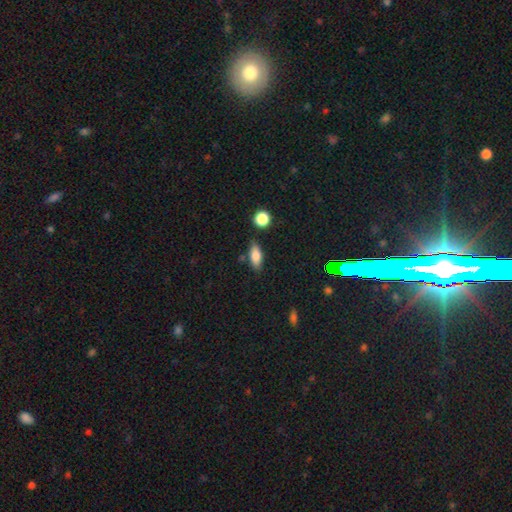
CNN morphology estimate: The model was most divided on "how rounded": in between: 77%, cigar-shaped: 19%, round: 5%. More confident: merging — none (79%); smooth or featured — smooth (77%).